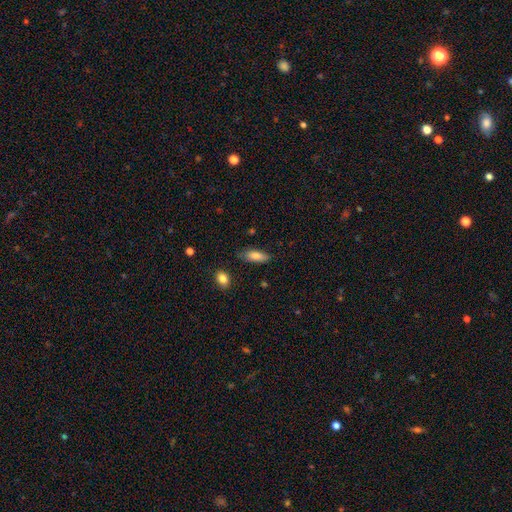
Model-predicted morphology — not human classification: Smooth or featured? smooth (82%)
How rounded? in between (71%)
Merging? none (77%)